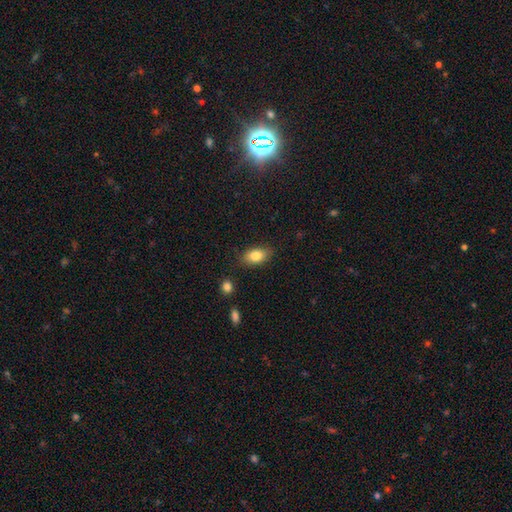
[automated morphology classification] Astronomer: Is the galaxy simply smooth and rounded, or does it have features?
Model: smooth — 83%.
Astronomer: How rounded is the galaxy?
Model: in between — 88%.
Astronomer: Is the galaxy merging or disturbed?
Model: none — 83%.